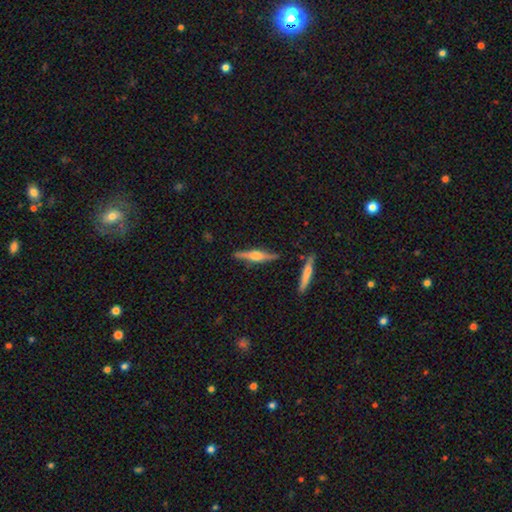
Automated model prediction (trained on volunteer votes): Morphology: type=featured or disk (75%); edge-on=yes (97%); edge-on bulge=rounded (83%); merging=none (86%).